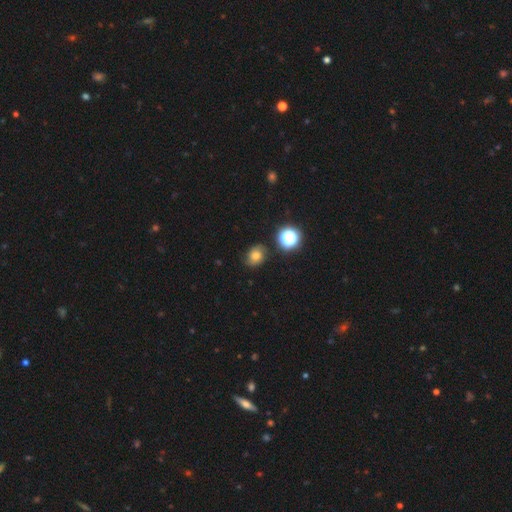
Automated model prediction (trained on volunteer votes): The model was most divided on "how rounded": round: 51%, in between: 48%, cigar-shaped: 1%. More confident: merging — none (77%); smooth or featured — smooth (61%).